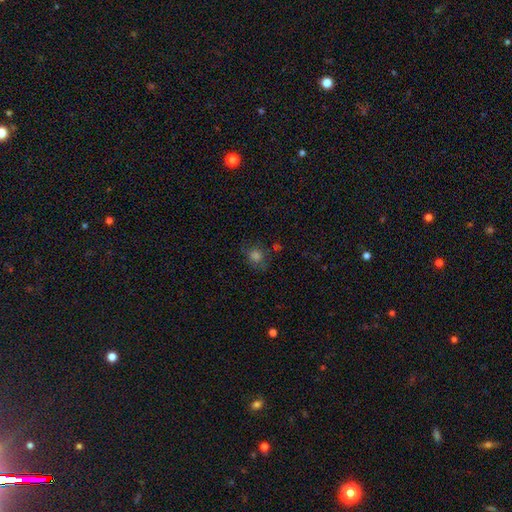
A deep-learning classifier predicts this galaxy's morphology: Smooth or featured?
  - smooth: 64% *
  - star or artifact: 24%
  - featured or disk: 12%
How rounded?
  - round: 76% *
  - in between: 22%
  - cigar-shaped: 1%
Merging?
  - none: 70% *
  - minor disturbance: 17%
  - major disturbance: 8%
  - merger: 5%